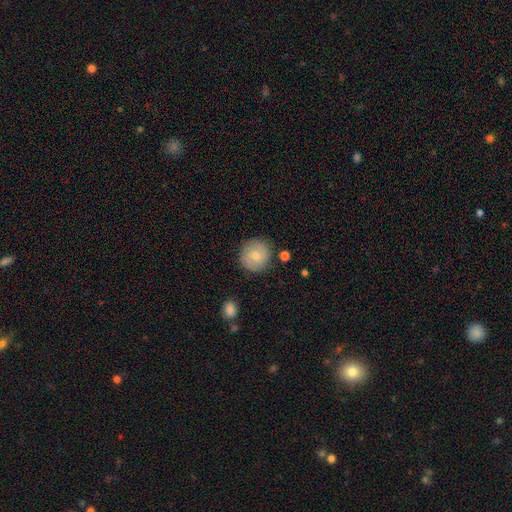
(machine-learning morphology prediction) This is likely a smooth galaxy (73%). How rounded: clearly round (91%). Merging: clearly none (84%).